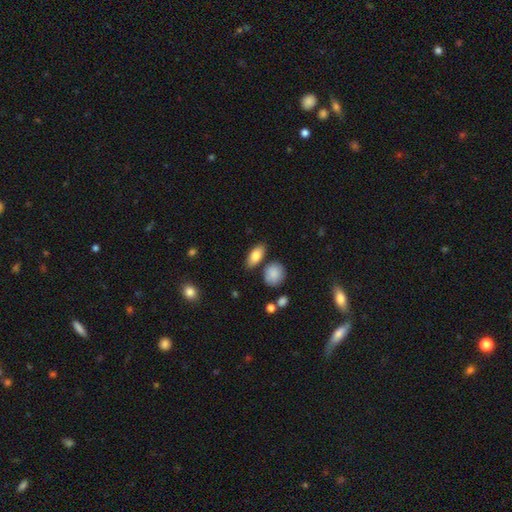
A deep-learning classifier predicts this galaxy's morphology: The model was most divided on "merging": none: 78%, minor disturbance: 12%, merger: 7%, major disturbance: 3%. More confident: how rounded — in between (84%); smooth or featured — smooth (81%).